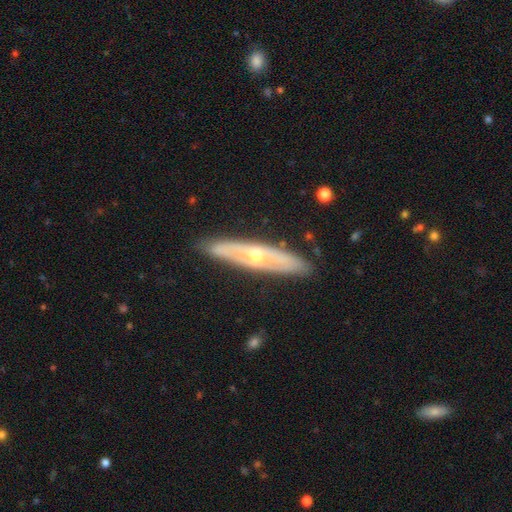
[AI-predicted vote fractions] Overall: featured or disk (71%). Edge-on disk: yes (64%; no 36%). Merging: none (86%).